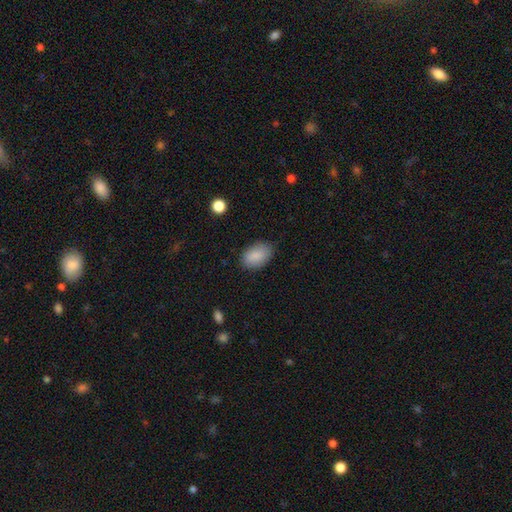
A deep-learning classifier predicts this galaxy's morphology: Overall: smooth (88%). How rounded: in between (91%). Merging: none (81%).